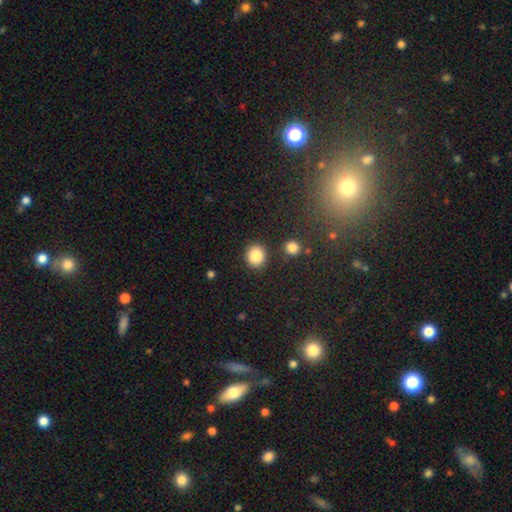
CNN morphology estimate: type=smooth (86%); roundness=round (83%); merging=none (86%).